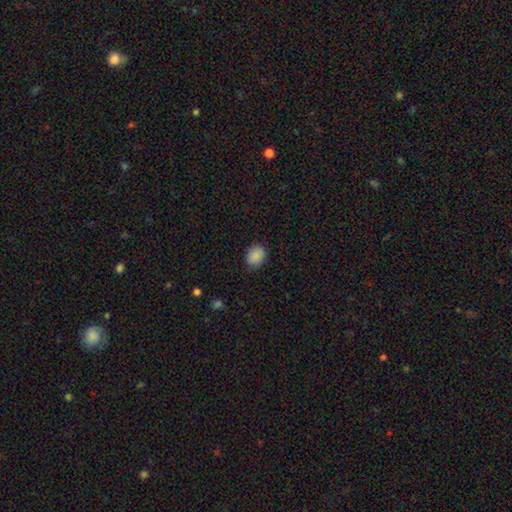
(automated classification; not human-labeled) Overall: smooth (88%). How rounded: in between (51%; round 48%). Merging: none (84%).